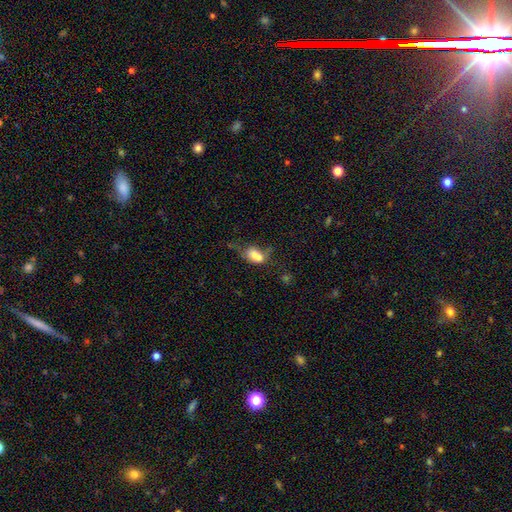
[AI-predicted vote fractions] smooth 69%, featured or disk 19%, star or artifact 11%. Down the decision tree: how rounded — in between (81%); merging — merger (34%).